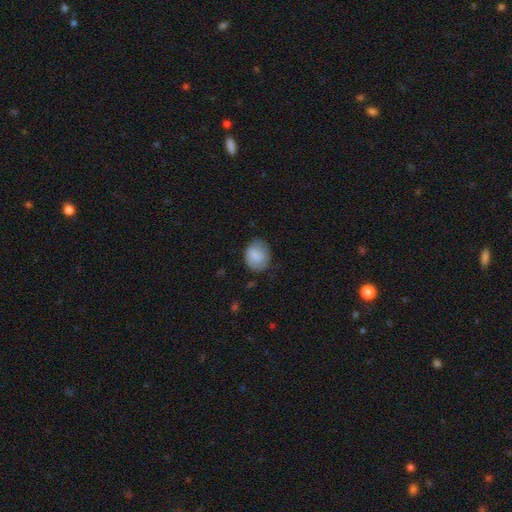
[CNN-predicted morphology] A smooth galaxy with no disk features (82%) that is in between round and cigar-shaped (52%).

Vote fractions:
- Smooth or featured? smooth: 82% / featured or disk: 12% / star or artifact: 7%
- How rounded? in between: 52% / round: 47% / cigar-shaped: 1%
- Merging? none: 71% / minor disturbance: 22% / major disturbance: 5% / merger: 1%